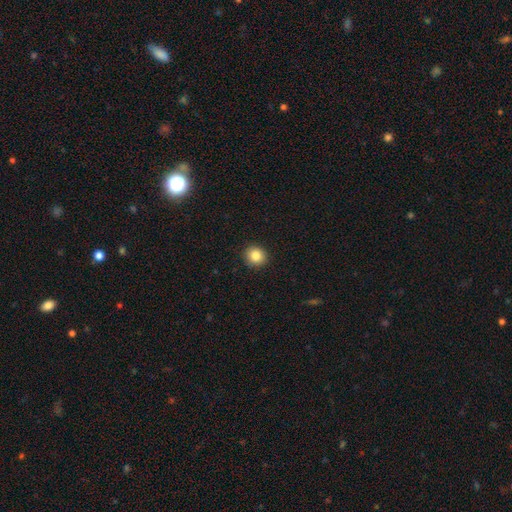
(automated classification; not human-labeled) smooth-or-featured: smooth: 84% | star or artifact: 10% | featured or disk: 6%
  how-rounded: round: 90% | in between: 9% | cigar-shaped: 1%
  merging: none: 92% | minor disturbance: 5% | major disturbance: 2% | merger: 1%